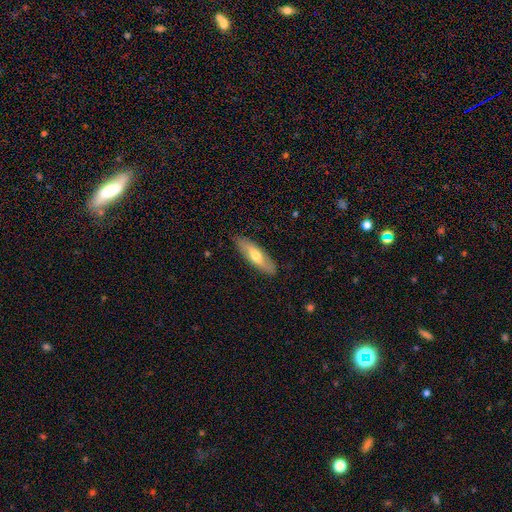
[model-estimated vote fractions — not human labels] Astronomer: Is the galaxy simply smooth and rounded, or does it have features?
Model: smooth — 56% (runner-up: featured or disk, 38%).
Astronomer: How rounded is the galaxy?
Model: cigar-shaped — 53% (runner-up: in between, 45%).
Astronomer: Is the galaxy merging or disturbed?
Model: none — 86%.